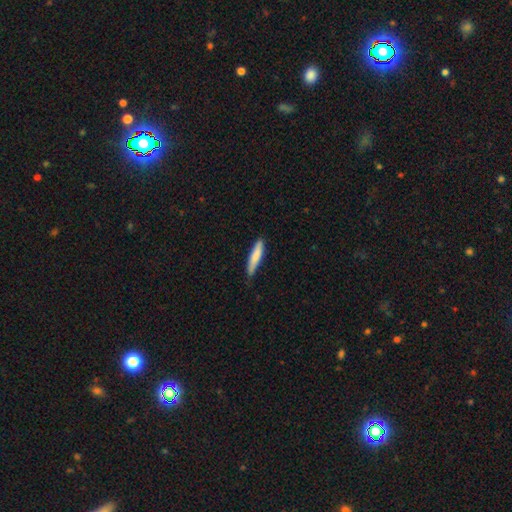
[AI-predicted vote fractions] Morphology: type=smooth (80%); roundness=cigar-shaped (85%); merging=none (73%).